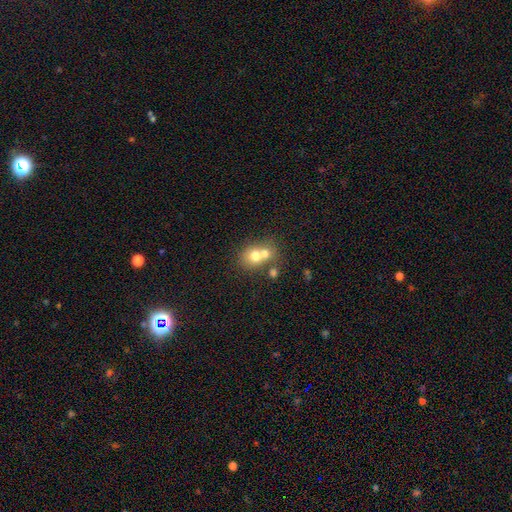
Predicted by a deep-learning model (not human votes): Smooth or featured: smooth — 69% (featured or disk — 19%)
How rounded: round — 70% (in between — 29%)
Merging: merger — 58% (none — 32%)